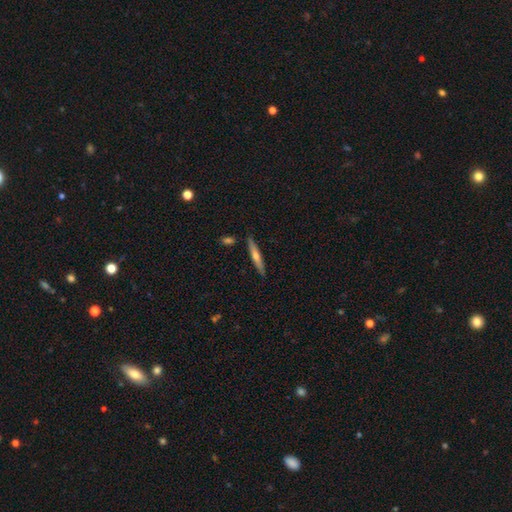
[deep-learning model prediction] This appears to be a featured or disk galaxy (59%) viewed edge-on (96%) with a rounded central bulge (83%). Merging: none (89%).